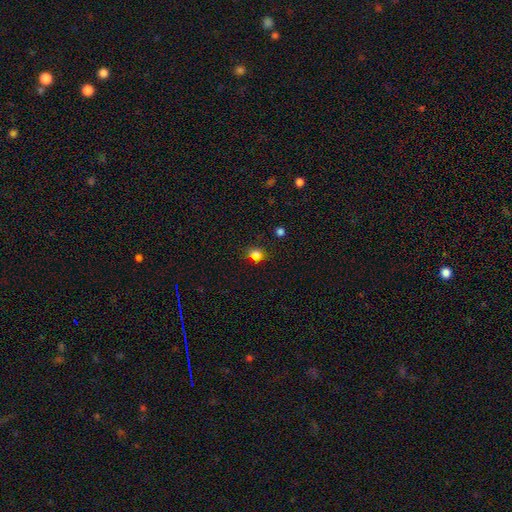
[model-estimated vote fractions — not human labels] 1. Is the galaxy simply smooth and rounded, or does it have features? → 68% smooth, 23% star or artifact, 9% featured or disk.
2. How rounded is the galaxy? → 74% round, 25% in between, 1% cigar-shaped.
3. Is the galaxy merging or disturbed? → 75% none, 13% minor disturbance, 8% merger, 4% major disturbance.